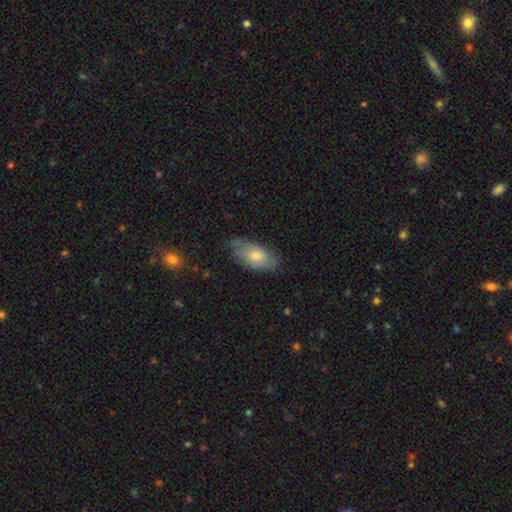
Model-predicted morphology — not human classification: This is likely a smooth galaxy (72%). How rounded: clearly in between (90%). Merging: likely none (67%).